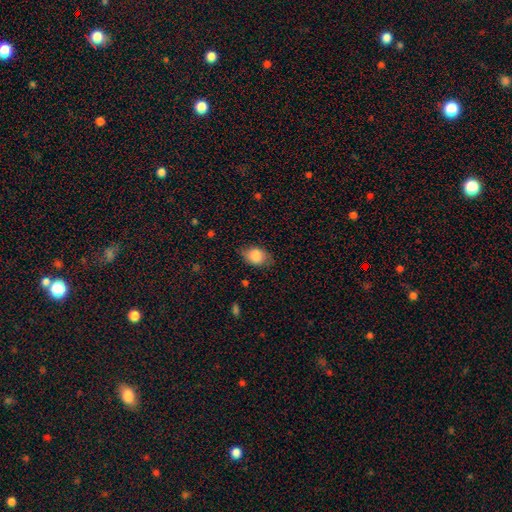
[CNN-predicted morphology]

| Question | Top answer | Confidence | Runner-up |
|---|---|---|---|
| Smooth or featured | smooth | 82% | featured or disk (11%) |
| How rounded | in between | 75% | round (23%) |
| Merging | none | 71% | minor disturbance (22%) |